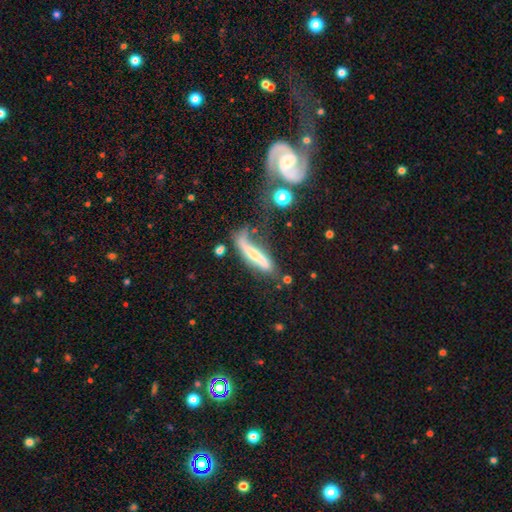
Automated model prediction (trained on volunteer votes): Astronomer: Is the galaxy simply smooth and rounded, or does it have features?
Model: featured or disk — 49% (runner-up: smooth, 42%).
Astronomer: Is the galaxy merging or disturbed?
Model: none — 31% (runner-up: major disturbance, 28%).